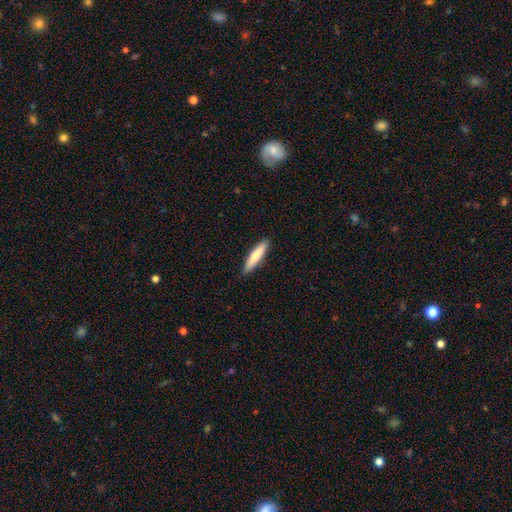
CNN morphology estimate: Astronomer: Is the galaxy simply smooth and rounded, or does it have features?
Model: smooth — 71%.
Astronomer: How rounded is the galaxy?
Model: cigar-shaped — 83%.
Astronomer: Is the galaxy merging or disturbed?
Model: none — 89%.